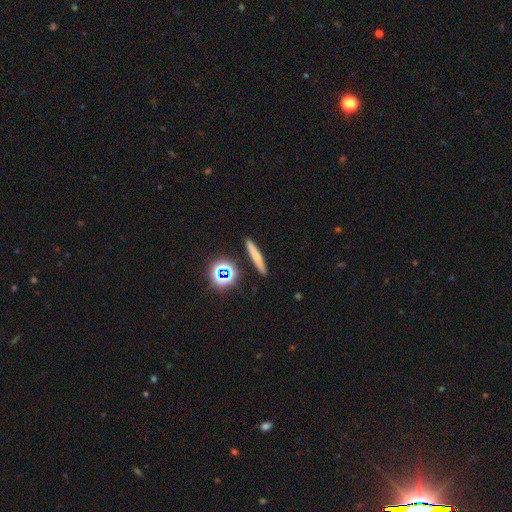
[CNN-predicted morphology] This is likely a smooth galaxy (65%). How rounded: clearly cigar-shaped (88%). Merging: clearly none (90%).